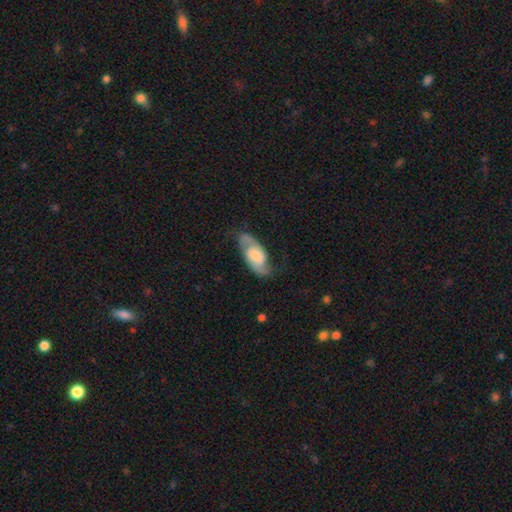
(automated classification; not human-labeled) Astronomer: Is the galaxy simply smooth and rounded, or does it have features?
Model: featured or disk — 72%.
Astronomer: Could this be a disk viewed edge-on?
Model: no — 94%.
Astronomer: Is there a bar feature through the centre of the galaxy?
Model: no — 45% (runner-up: weak, 42%).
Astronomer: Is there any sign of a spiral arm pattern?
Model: yes — 93%.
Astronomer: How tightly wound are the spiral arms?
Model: medium — 47% (runner-up: loose, 35%).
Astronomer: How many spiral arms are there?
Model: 2 — 89%.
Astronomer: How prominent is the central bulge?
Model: moderate — 32% (runner-up: small, 25%).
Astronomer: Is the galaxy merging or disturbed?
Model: none — 66%.